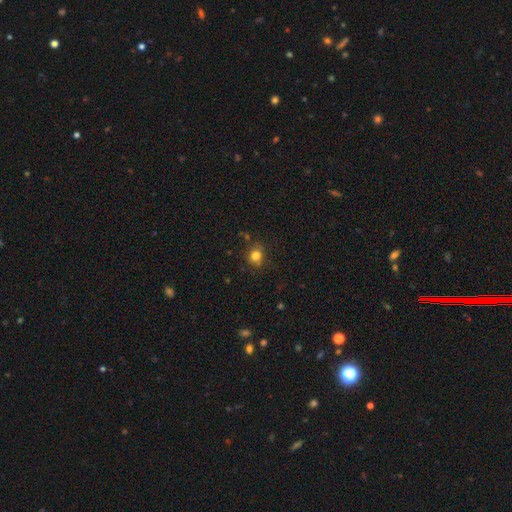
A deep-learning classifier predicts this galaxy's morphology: Smooth or featured? smooth (79%)
How rounded? round (77%)
Merging? none (77%)